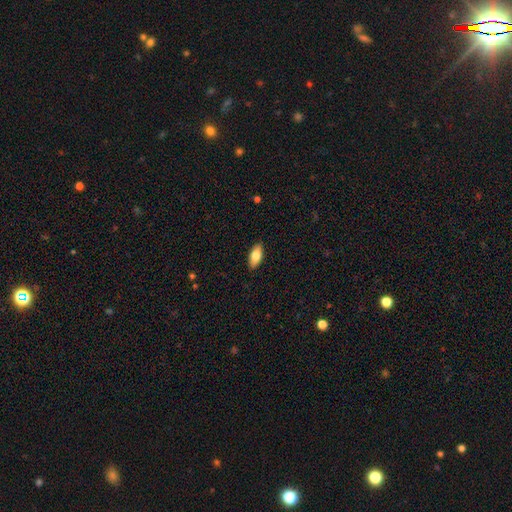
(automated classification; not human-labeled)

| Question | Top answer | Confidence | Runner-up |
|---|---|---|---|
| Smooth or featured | smooth | 76% | featured or disk (18%) |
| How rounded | in between | 87% | cigar-shaped (11%) |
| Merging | none | 89% | minor disturbance (8%) |